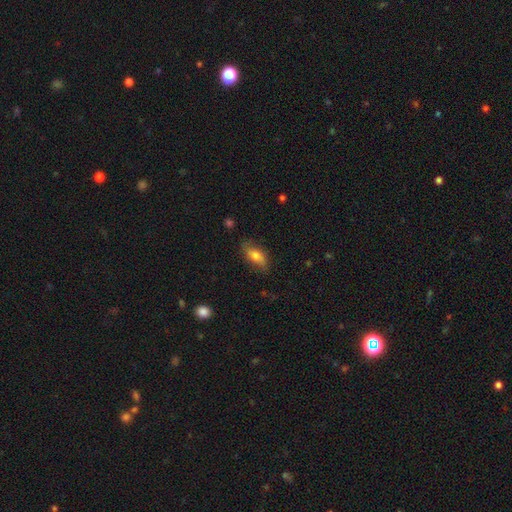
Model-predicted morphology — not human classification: Smooth or featured? smooth (67%)
How rounded? in between (80%)
Merging? none (75%)